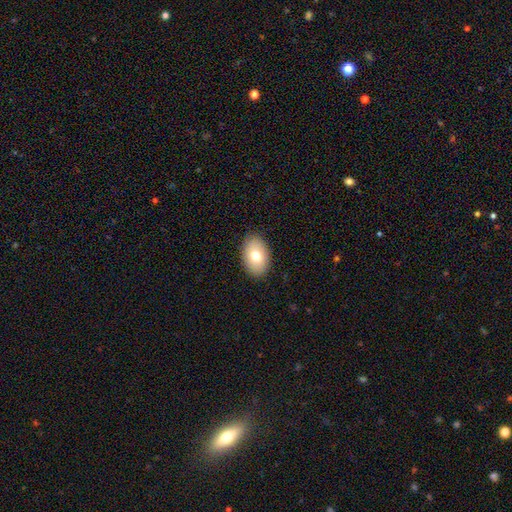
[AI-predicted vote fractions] smooth_or_featured: smooth (p=0.75) [alt: featured or disk p=0.18]
how_rounded: in between (p=0.87) [alt: round p=0.12]
merging: none (p=0.88) [alt: minor disturbance p=0.09]